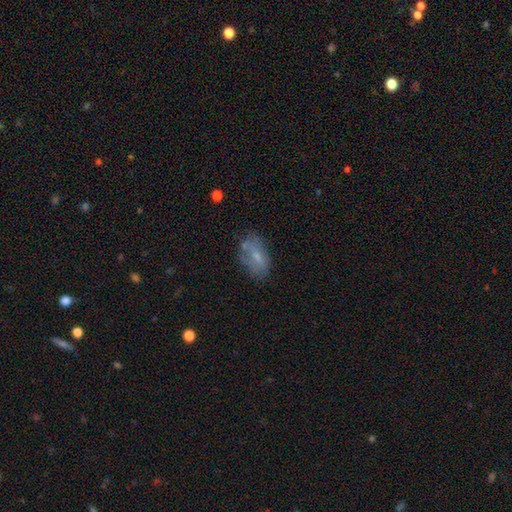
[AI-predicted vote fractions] The model was most divided on "smooth or featured": smooth: 55%, featured or disk: 36%, star or artifact: 9%. More confident: how rounded — in between (90%); merging — none (58%).